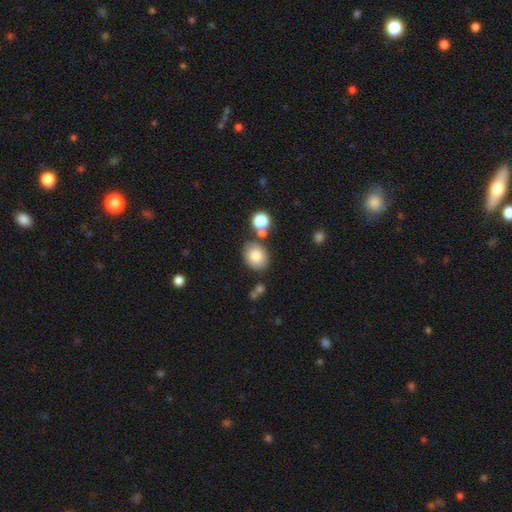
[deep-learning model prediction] smooth_or_featured: smooth (p=0.79) [alt: featured or disk p=0.11]
how_rounded: round (p=0.53) [alt: in between p=0.46]
merging: none (p=0.72) [alt: minor disturbance p=0.13]